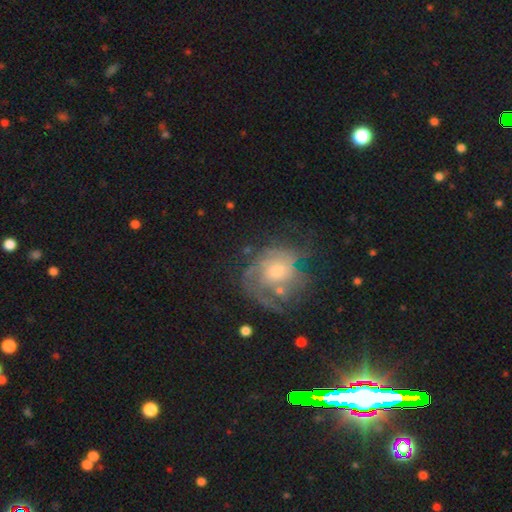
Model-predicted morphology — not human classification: This appears to be a featured or disk galaxy (53%). Merging: none (77%).